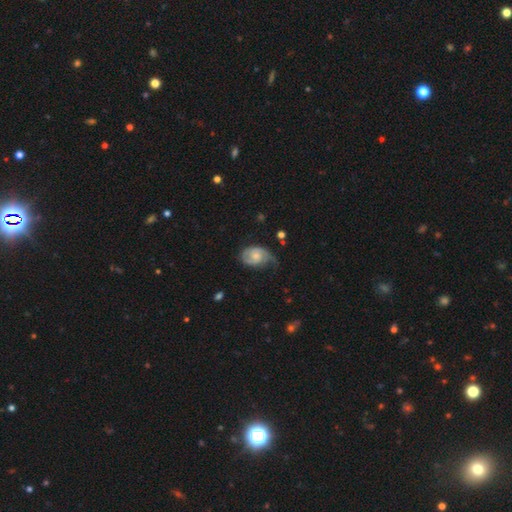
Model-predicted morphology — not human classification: smooth_or_featured: featured or disk (p=0.71) [alt: smooth p=0.23]
disk_edge_on: no (p=0.97) [alt: yes p=0.03]
bar: no (p=0.65) [alt: weak p=0.31]
has_spiral_arms: yes (p=0.93) [alt: no p=0.07]
spiral_winding: tight (p=0.46) [alt: medium p=0.37]
spiral_arm_count: 2 (p=0.60) [alt: 1 p=0.22]
bulge_size: small (p=0.43) [alt: moderate p=0.42]
merging: none (p=0.45) [alt: minor disturbance p=0.32]